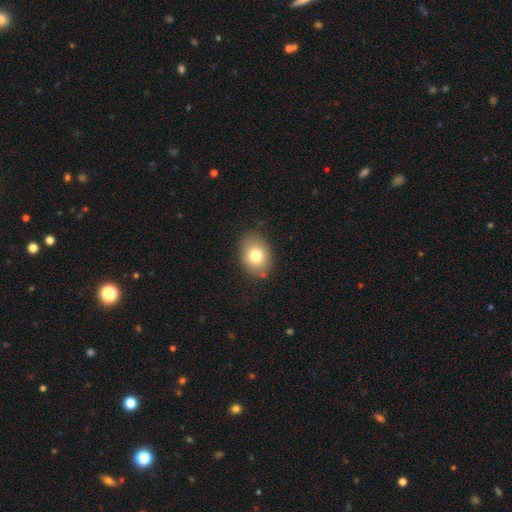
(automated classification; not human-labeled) A smooth galaxy with no disk features (78%) that is in between round and cigar-shaped (66%).

Vote fractions:
- Smooth or featured? smooth: 78% / featured or disk: 12% / star or artifact: 9%
- How rounded? in between: 66% / round: 33% / cigar-shaped: 1%
- Merging? none: 83% / minor disturbance: 12% / major disturbance: 3% / merger: 2%